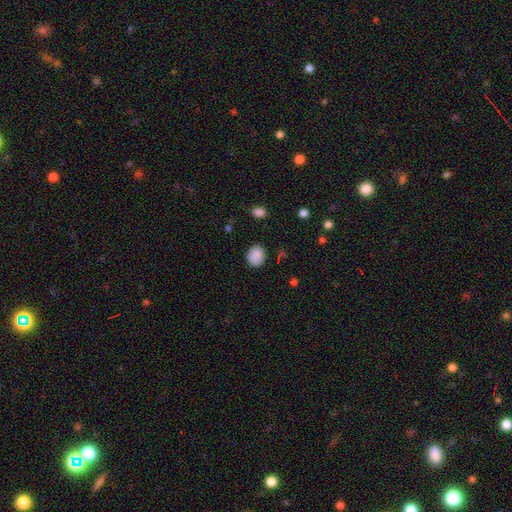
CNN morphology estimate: smooth 88%, star or artifact 9%, featured or disk 3%. Down the decision tree: how rounded — round (56%); merging — none (85%).